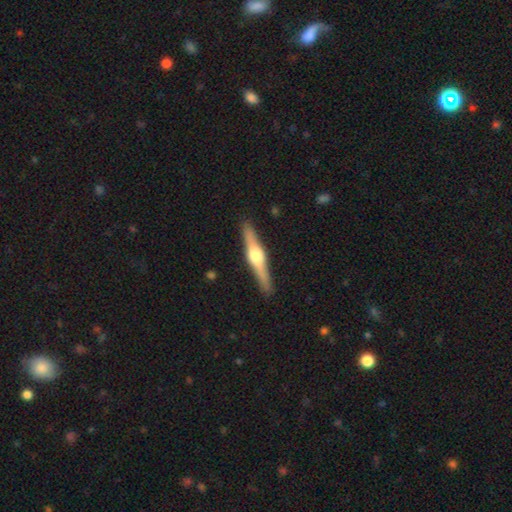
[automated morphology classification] type=featured or disk (73%); edge-on=yes (98%); edge-on bulge=rounded (92%); merging=none (90%).